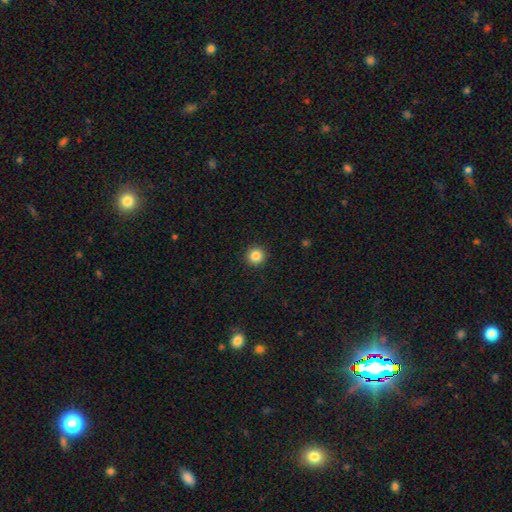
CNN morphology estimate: Smooth or featured?
  - smooth: 85% *
  - star or artifact: 10%
  - featured or disk: 4%
How rounded?
  - round: 94% *
  - in between: 5%
  - cigar-shaped: 1%
Merging?
  - none: 92% *
  - minor disturbance: 5%
  - major disturbance: 2%
  - merger: 1%